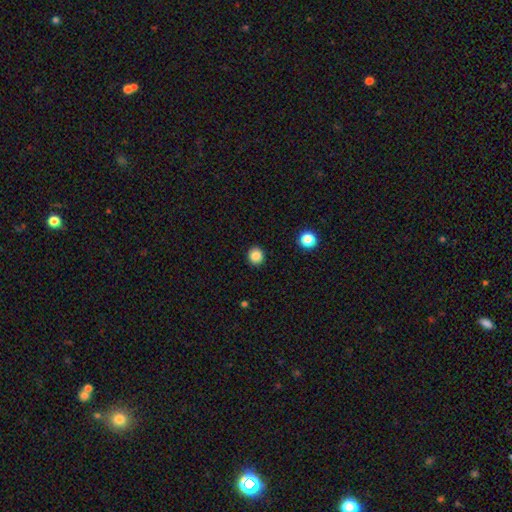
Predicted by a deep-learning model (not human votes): Q: Smooth or featured?
A: smooth (86%); runner-up: star or artifact (11%)
Q: How rounded?
A: round (91%); runner-up: in between (8%)
Q: Merging?
A: none (92%); runner-up: minor disturbance (5%)